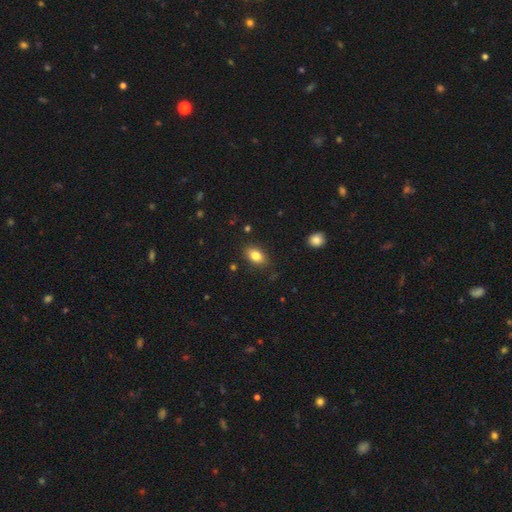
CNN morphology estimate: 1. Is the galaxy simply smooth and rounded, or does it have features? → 82% smooth, 9% featured or disk, 9% star or artifact.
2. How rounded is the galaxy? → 87% in between, 10% round, 3% cigar-shaped.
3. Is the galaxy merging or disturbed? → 84% none, 12% minor disturbance, 3% major disturbance, 1% merger.